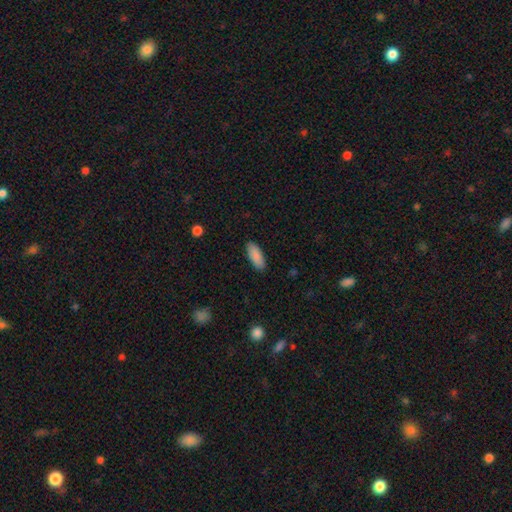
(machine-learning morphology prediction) type=smooth (90%); roundness=in between (78%); merging=none (90%).